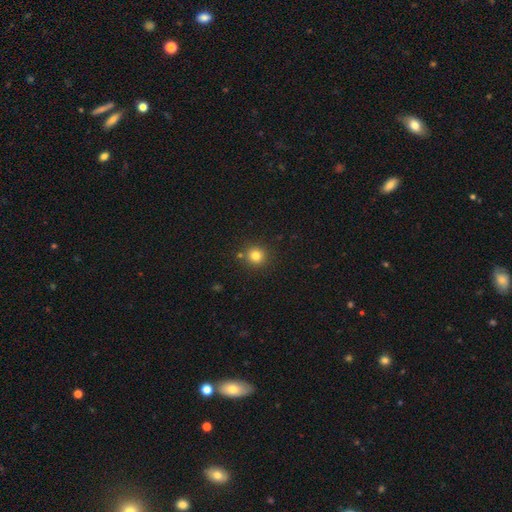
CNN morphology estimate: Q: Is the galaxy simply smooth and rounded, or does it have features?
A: smooth — 80%.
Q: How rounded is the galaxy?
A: round — 93%.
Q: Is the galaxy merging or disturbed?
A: none — 84%.